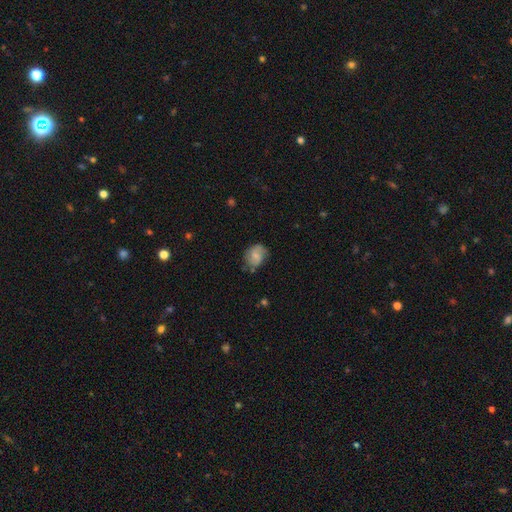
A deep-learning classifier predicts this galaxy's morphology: smooth_or_featured: smooth (p=0.51) [alt: featured or disk p=0.41]
how_rounded: round (p=0.54) [alt: in between p=0.45]
merging: none (p=0.65) [alt: minor disturbance p=0.25]